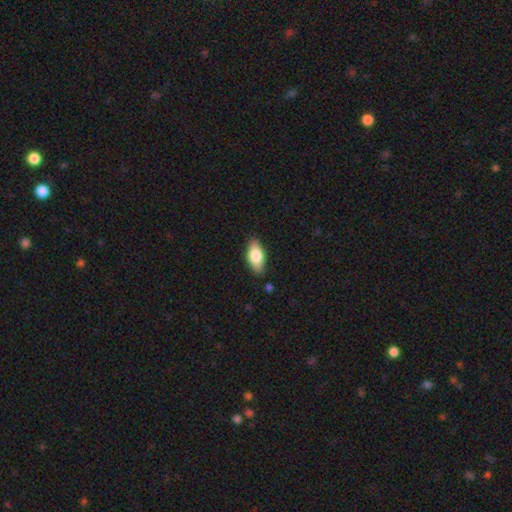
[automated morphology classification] Q: Smooth or featured?
A: smooth (77%); runner-up: featured or disk (17%)
Q: How rounded?
A: in between (88%); runner-up: cigar-shaped (9%)
Q: Merging?
A: none (86%); runner-up: minor disturbance (11%)